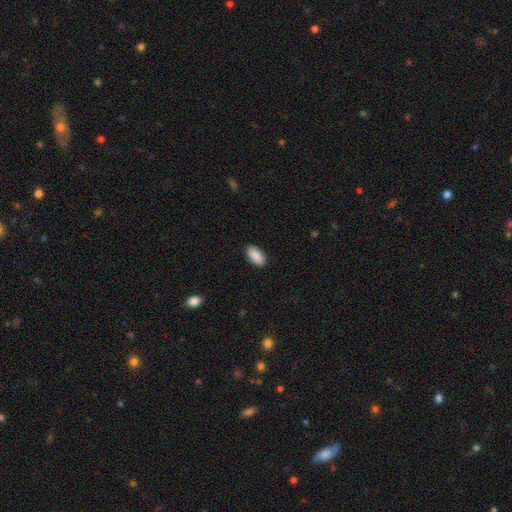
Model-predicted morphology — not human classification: type=smooth (90%); roundness=in between (92%); merging=none (89%).